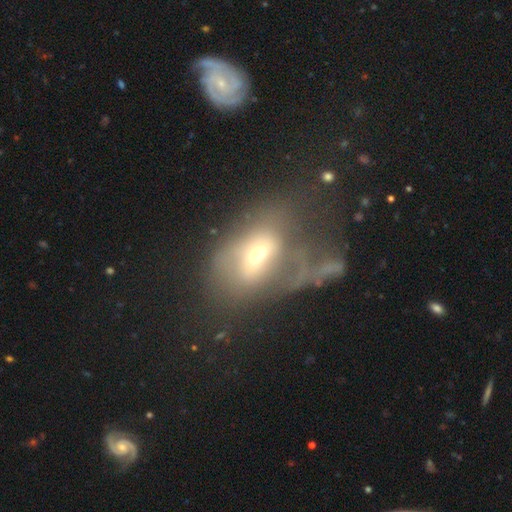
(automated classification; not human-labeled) A featured or disk galaxy (46%). Merging: major disturbance (48%).